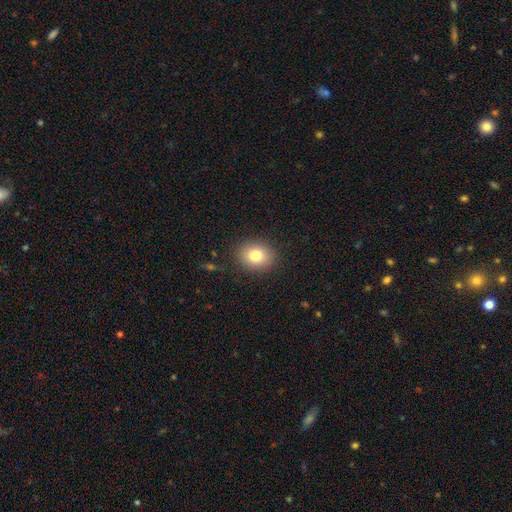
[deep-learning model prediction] Smooth or featured? smooth (81%)
How rounded? round (60%)
Merging? none (88%)